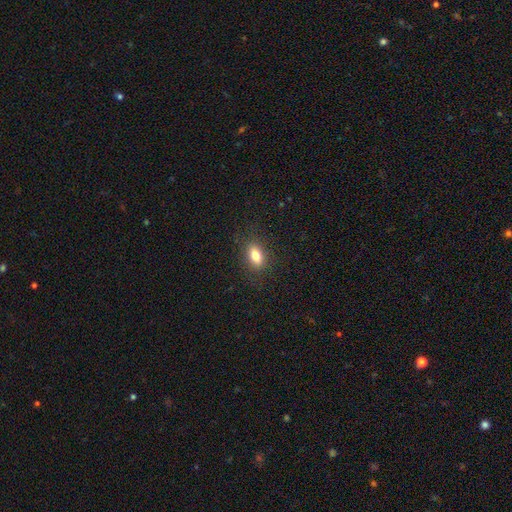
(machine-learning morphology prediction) smooth_or_featured: smooth (p=0.79) [alt: featured or disk p=0.11]
how_rounded: in between (p=0.84) [alt: round p=0.09]
merging: none (p=0.86) [alt: minor disturbance p=0.10]